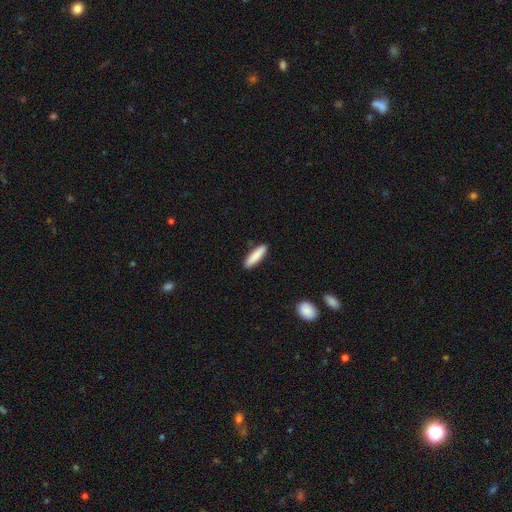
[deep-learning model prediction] Q: Smooth or featured?
A: smooth (87%); runner-up: featured or disk (8%)
Q: How rounded?
A: cigar-shaped (75%); runner-up: in between (24%)
Q: Merging?
A: none (88%); runner-up: minor disturbance (9%)